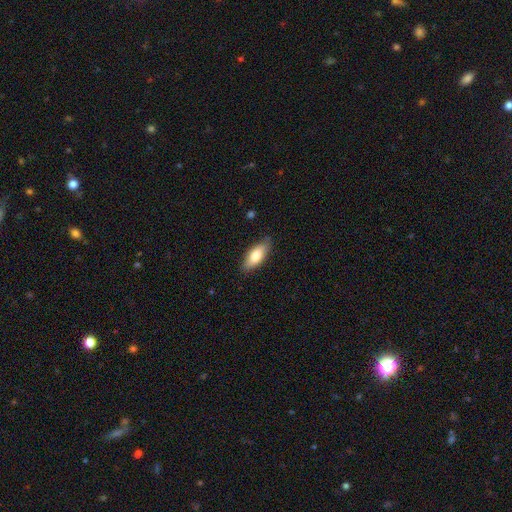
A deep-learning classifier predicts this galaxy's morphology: Q: Smooth or featured?
A: smooth (77%); runner-up: featured or disk (17%)
Q: How rounded?
A: in between (78%); runner-up: cigar-shaped (20%)
Q: Merging?
A: none (84%); runner-up: minor disturbance (13%)